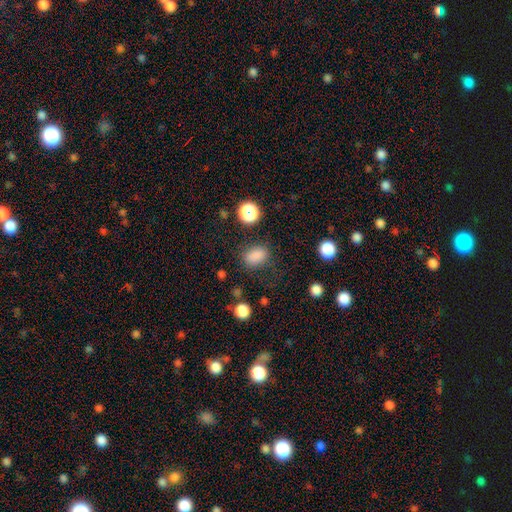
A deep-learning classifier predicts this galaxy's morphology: Smooth or featured: smooth — 83% (star or artifact — 13%)
How rounded: in between — 74% (round — 24%)
Merging: none — 77% (minor disturbance — 14%)